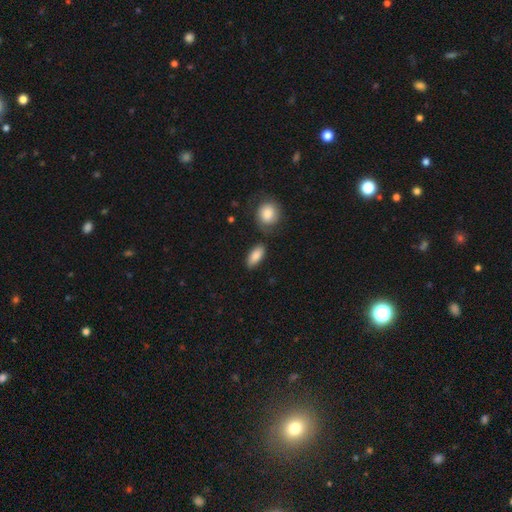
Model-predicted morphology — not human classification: A smooth galaxy with no disk features (86%) that is in between round and cigar-shaped (86%).

Vote fractions:
- Smooth or featured? smooth: 86% / featured or disk: 8% / star or artifact: 6%
- How rounded? in between: 86% / cigar-shaped: 10% / round: 4%
- Merging? none: 75% / minor disturbance: 13% / merger: 9% / major disturbance: 3%